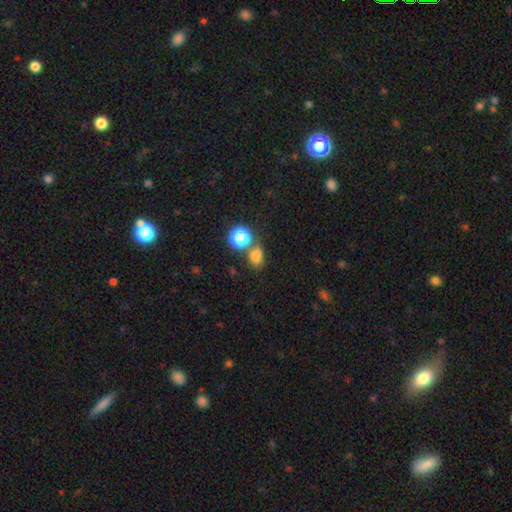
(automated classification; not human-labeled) Smooth or featured? Predicted: smooth (p=0.73). How rounded? Predicted: in between (p=0.55). Merging? Predicted: none (p=0.58).